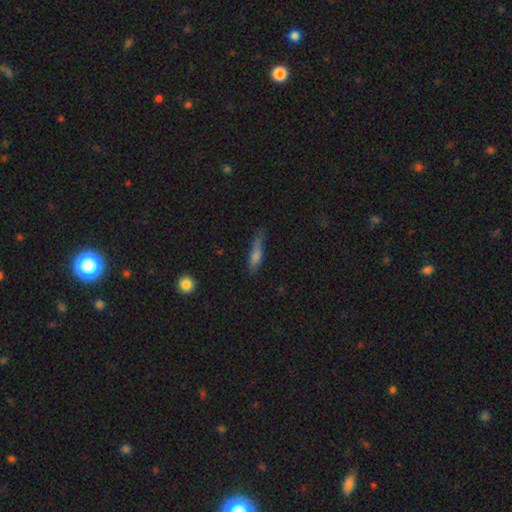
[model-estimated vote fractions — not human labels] smooth 53%, featured or disk 33%, star or artifact 14%. Down the decision tree: how rounded — cigar-shaped (82%); merging — none (68%).